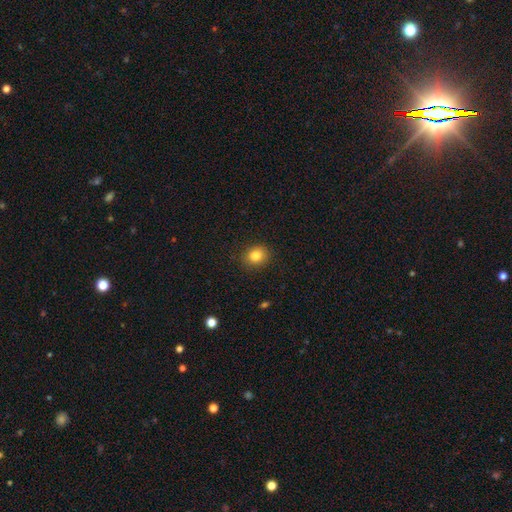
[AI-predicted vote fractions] smooth_or_featured: smooth (p=0.83) [alt: star or artifact p=0.11]
how_rounded: round (p=0.68) [alt: in between p=0.31]
merging: none (p=0.89) [alt: minor disturbance p=0.08]